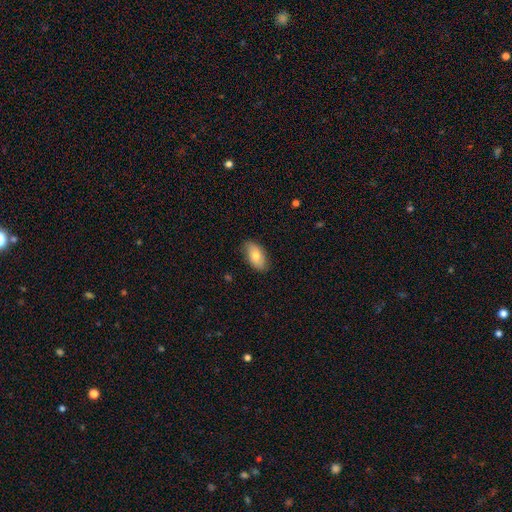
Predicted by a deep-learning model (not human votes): This is likely a smooth galaxy (71%). How rounded: clearly in between (93%). Merging: clearly none (81%).